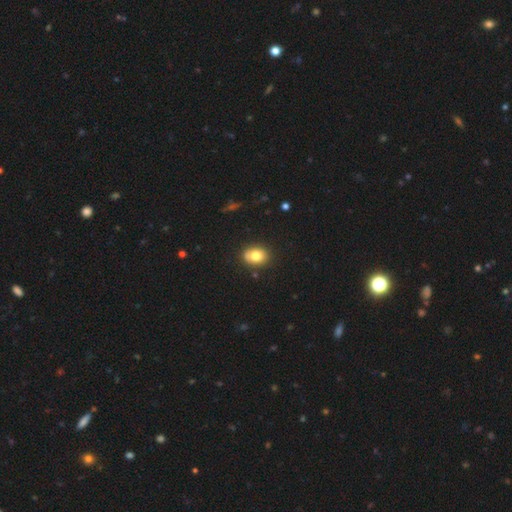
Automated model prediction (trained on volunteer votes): A smooth galaxy with no disk features (77%) that is in between round and cigar-shaped (60%).

Vote fractions:
- Smooth or featured? smooth: 77% / featured or disk: 14% / star or artifact: 10%
- How rounded? in between: 60% / round: 39% / cigar-shaped: 1%
- Merging? none: 76% / minor disturbance: 16% / merger: 4% / major disturbance: 3%